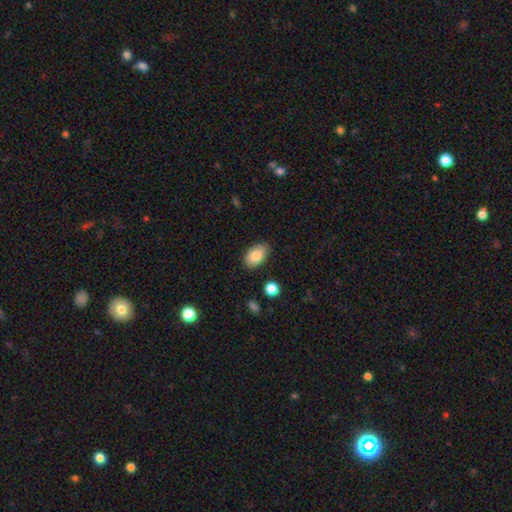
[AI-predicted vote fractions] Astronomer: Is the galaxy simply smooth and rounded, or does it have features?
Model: smooth — 85%.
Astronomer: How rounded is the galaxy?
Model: in between — 91%.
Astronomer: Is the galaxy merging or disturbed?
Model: none — 83%.